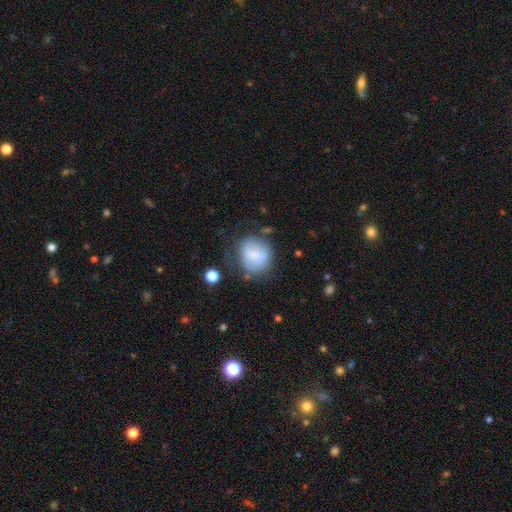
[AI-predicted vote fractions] smooth 65%, featured or disk 26%, star or artifact 9%. Down the decision tree: how rounded — round (73%); merging — none (49%).